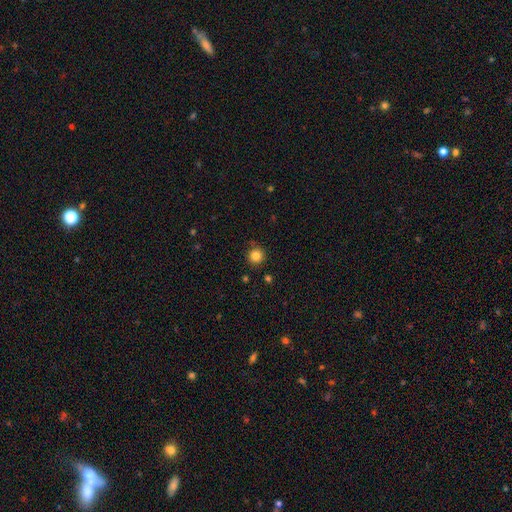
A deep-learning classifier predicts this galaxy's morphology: Q: Smooth or featured?
A: smooth (84%); runner-up: star or artifact (12%)
Q: How rounded?
A: round (95%); runner-up: in between (4%)
Q: Merging?
A: none (87%); runner-up: minor disturbance (8%)